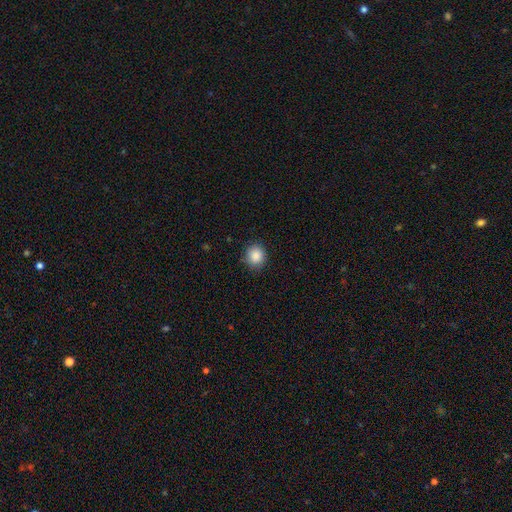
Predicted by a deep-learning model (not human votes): Morphology: type=smooth (87%); roundness=round (88%); merging=none (86%).